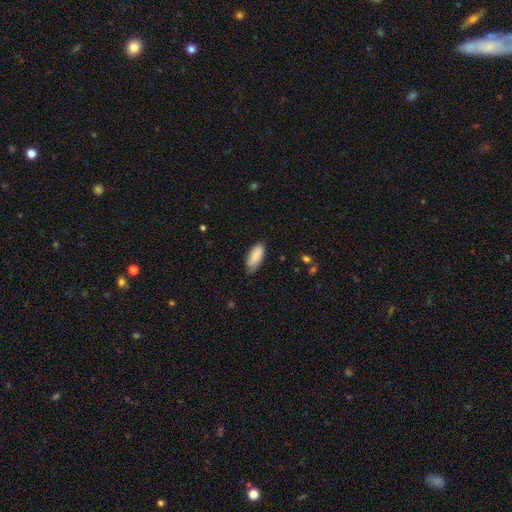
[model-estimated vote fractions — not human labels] smooth-or-featured: smooth: 85% | featured or disk: 9% | star or artifact: 6%
  how-rounded: in between: 86% | cigar-shaped: 12% | round: 2%
  merging: none: 59% | minor disturbance: 33% | major disturbance: 6% | merger: 1%